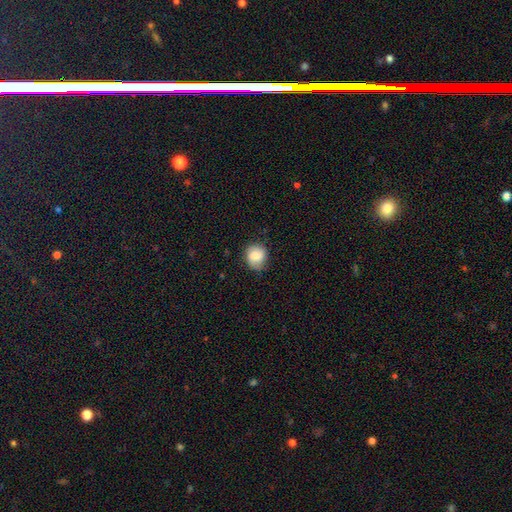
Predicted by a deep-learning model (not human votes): Q: Smooth or featured?
A: smooth (78%); runner-up: featured or disk (14%)
Q: How rounded?
A: round (81%); runner-up: in between (18%)
Q: Merging?
A: none (74%); runner-up: minor disturbance (21%)